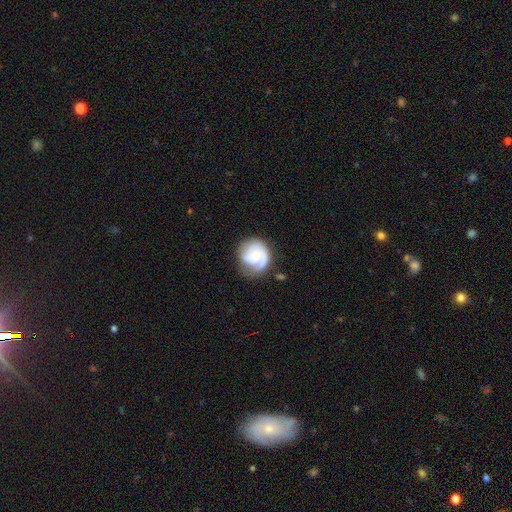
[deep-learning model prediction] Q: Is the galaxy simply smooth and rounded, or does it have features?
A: featured or disk — 72%.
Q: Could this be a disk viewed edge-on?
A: no — 98%.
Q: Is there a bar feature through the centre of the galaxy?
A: no — 70%.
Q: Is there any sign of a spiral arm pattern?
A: yes — 93%.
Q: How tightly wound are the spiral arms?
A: tight — 52%.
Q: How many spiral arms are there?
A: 2 — 40%.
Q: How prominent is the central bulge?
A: small — 58%.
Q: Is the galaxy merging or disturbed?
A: none — 66%.